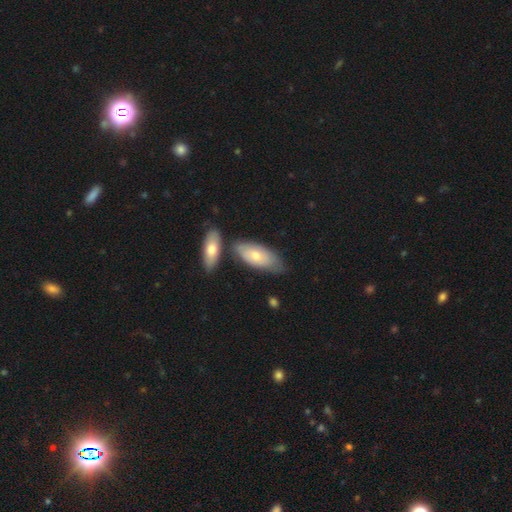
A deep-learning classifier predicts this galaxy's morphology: smooth 68%, featured or disk 27%, star or artifact 5%. Down the decision tree: how rounded — in between (85%); merging — none (57%).